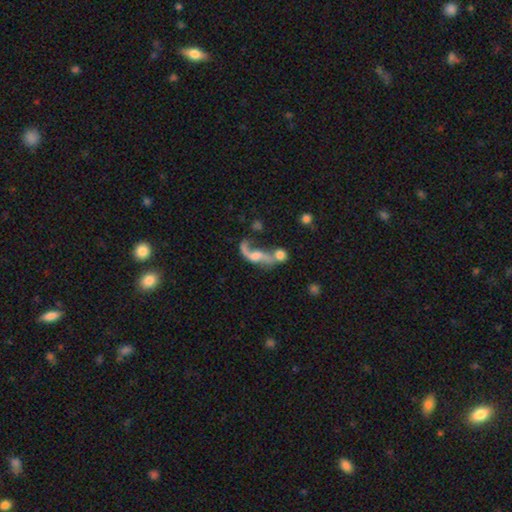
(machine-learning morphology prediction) This appears to be a featured or disk galaxy (71%) with no bar (57%), 2 (77%) loose (90%) spiral arms (81%) and a moderate central bulge (38%). Merging: merger (43%).